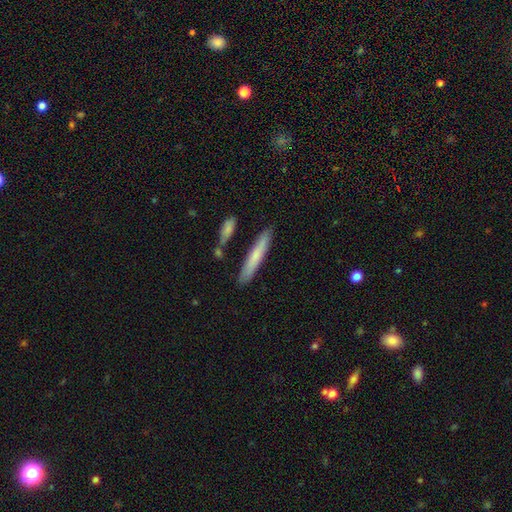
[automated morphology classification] Overall: smooth (66%; featured or disk 28%). How rounded: cigar-shaped (93%). Merging: none (83%).